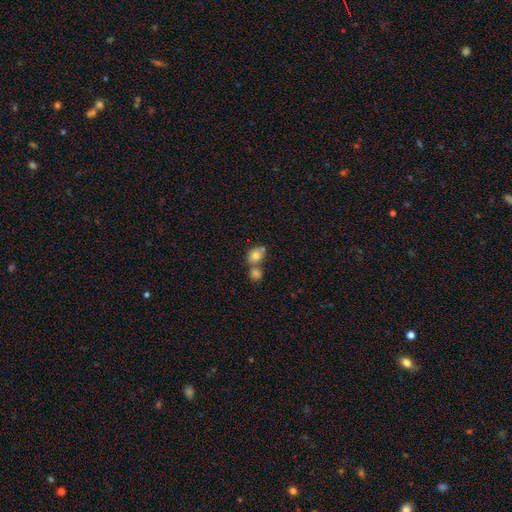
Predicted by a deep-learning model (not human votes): Smooth or featured? smooth (78%)
How rounded? round (53%)
Merging? merger (45%)